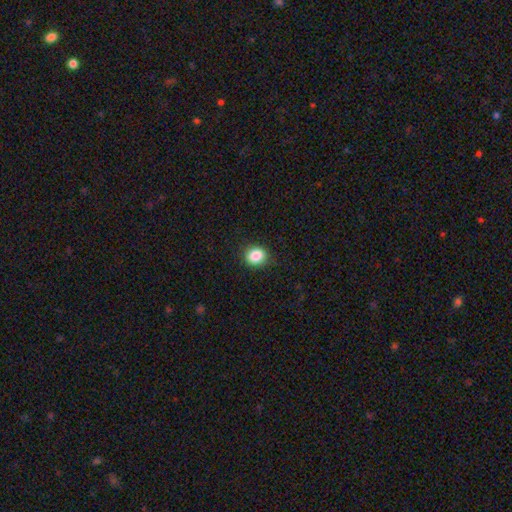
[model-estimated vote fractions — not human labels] Overall: smooth (86%). How rounded: round (64%; in between 35%). Merging: none (87%).